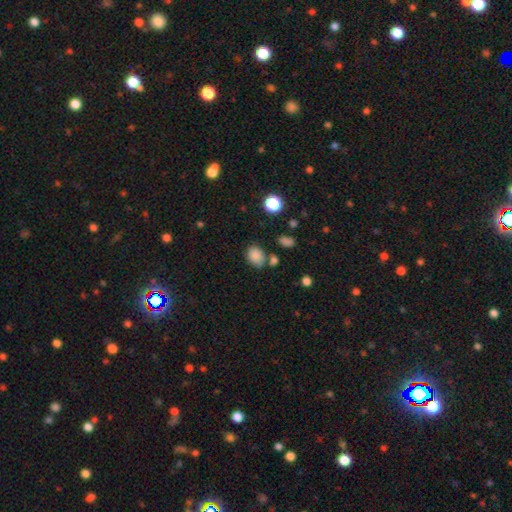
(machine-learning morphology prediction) smooth 83%, star or artifact 11%, featured or disk 5%. Down the decision tree: how rounded — in between (63%); merging — none (67%).